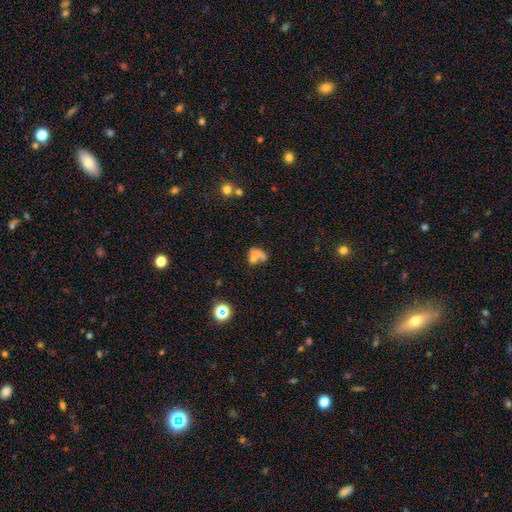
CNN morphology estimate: smooth 57%, featured or disk 25%, star or artifact 18%. Down the decision tree: how rounded — in between (71%); merging — merger (37%).